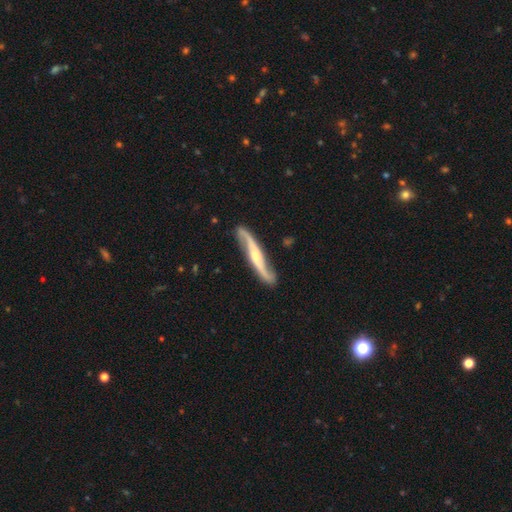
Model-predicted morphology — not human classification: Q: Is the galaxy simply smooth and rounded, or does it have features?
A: featured or disk — 86%.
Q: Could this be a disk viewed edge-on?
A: no — 69%.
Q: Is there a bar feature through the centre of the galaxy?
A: no — 41%.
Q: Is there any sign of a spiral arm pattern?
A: yes — 97%.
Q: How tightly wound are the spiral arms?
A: loose — 65%.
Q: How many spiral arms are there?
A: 2 — 93%.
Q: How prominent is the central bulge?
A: moderate — 50%.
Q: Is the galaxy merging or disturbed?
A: none — 83%.